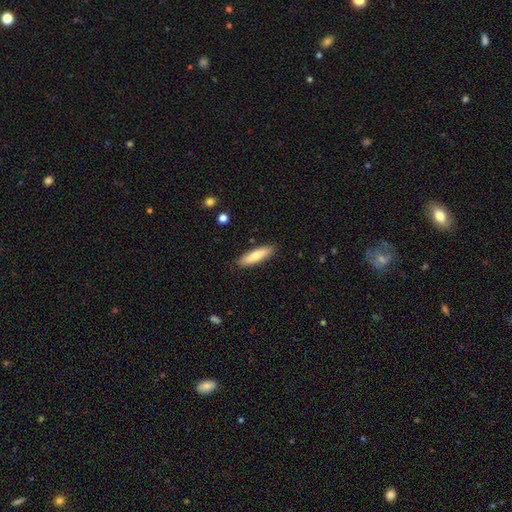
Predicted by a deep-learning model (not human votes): Morphology: type=smooth (72%); roundness=cigar-shaped (68%); merging=none (88%).